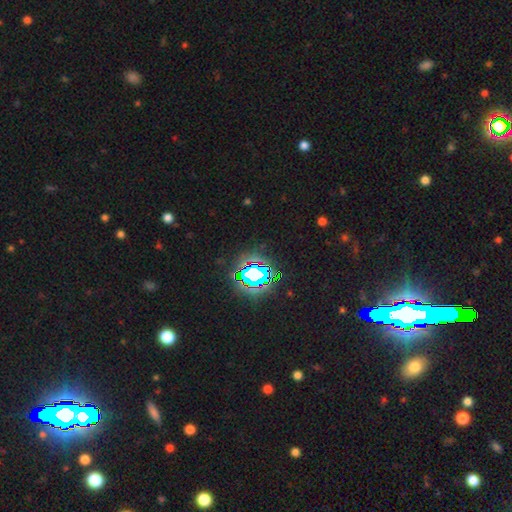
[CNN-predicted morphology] smooth-or-featured: star or artifact: 84% | smooth: 9% | featured or disk: 8%